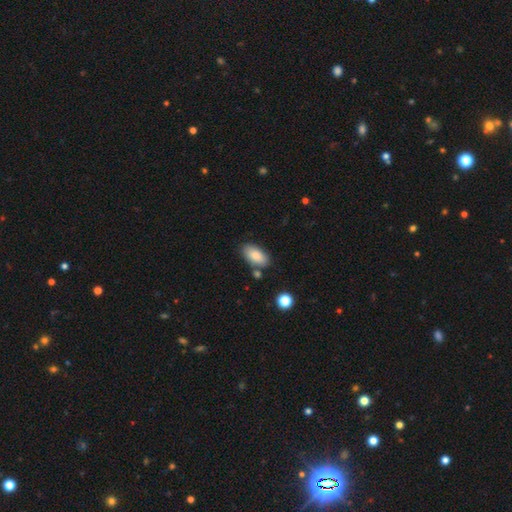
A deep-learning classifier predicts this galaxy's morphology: Overall: smooth (86%). How rounded: in between (94%). Merging: none (76%).